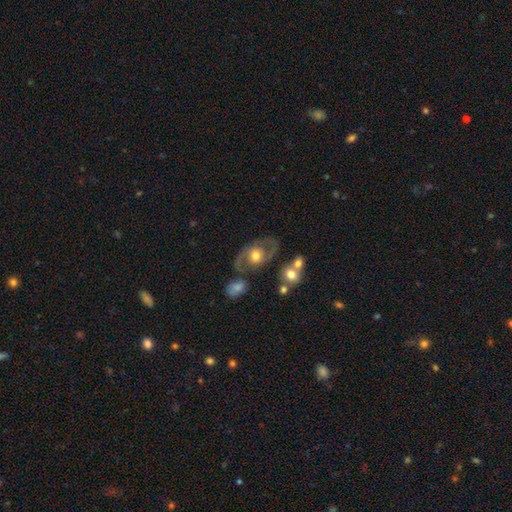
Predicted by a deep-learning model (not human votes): Smooth or featured: featured or disk — 65% (smooth — 29%)
Edge-on disk: no — 93% (yes — 7%)
Bar: no — 79% (weak — 16%)
Spiral arms: yes — 56% (no — 44%)
Bulge size: moderate — 68% (large — 19%)
Merging: none — 66% (minor disturbance — 17%)